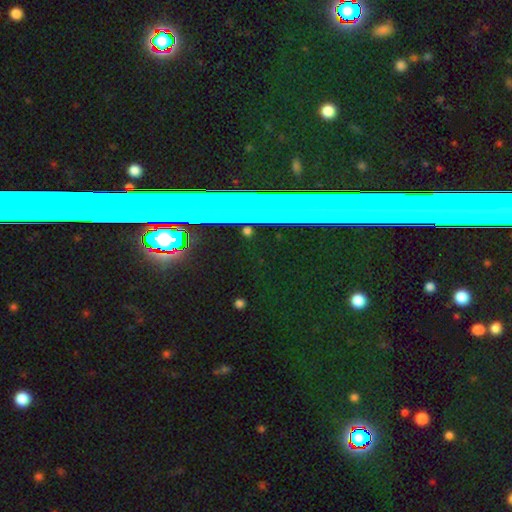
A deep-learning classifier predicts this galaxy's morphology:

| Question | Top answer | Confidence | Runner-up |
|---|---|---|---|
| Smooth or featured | star or artifact | 59% | featured or disk (26%) |